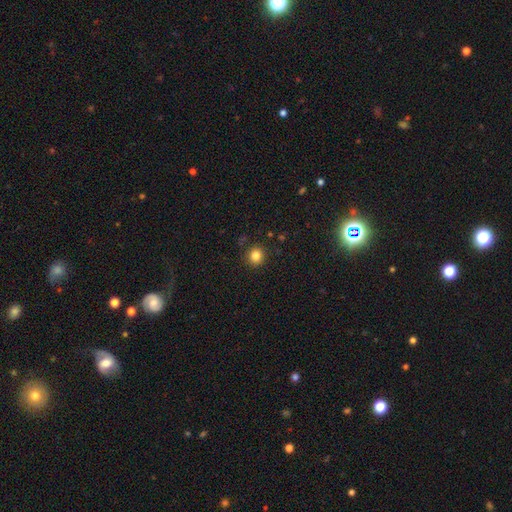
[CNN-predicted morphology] A smooth galaxy with no disk features (82%) that is round (91%).

Vote fractions:
- Smooth or featured? smooth: 82% / star or artifact: 13% / featured or disk: 5%
- How rounded? round: 91% / in between: 8% / cigar-shaped: 1%
- Merging? none: 90% / minor disturbance: 6% / major disturbance: 2% / merger: 1%